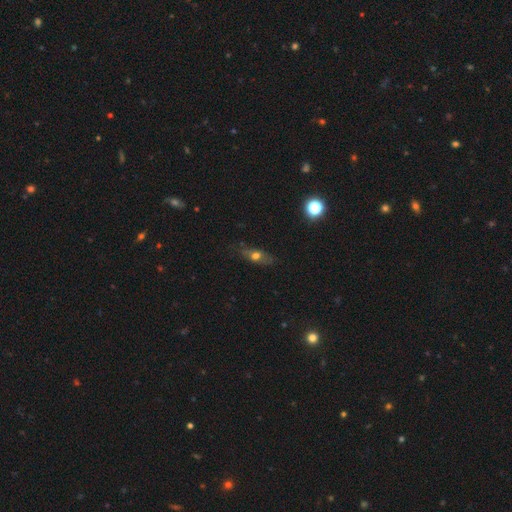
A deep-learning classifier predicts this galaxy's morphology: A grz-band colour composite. It shows a smooth galaxy with no disk features (54%) that is in between round and cigar-shaped (61%). Merging: none (74%).